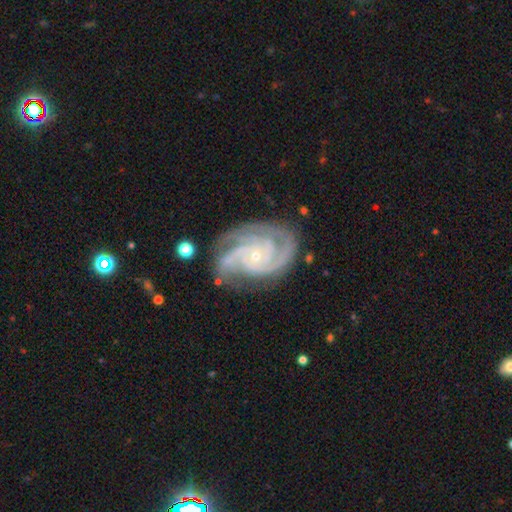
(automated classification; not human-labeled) smooth-or-featured: featured or disk: 92% | star or artifact: 5% | smooth: 3%
  disk-edge-on: no: 98% | yes: 2%
    bar: no: 71% | weak: 21% | strong: 7%
    has-spiral-arms: yes: 99% | no: 1%
      spiral-winding: tight: 63% | medium: 34% | loose: 4%
      spiral-arm-count: 3: 49% | 4: 18% | 2: 14% | can't tell: 8% | more than 4: 5% | 1: 5%
    bulge-size: small: 83% | moderate: 14% | none: 1% | large: 1% | dominant: 1%
  merging: none: 70% | minor disturbance: 21% | major disturbance: 7% | merger: 2%